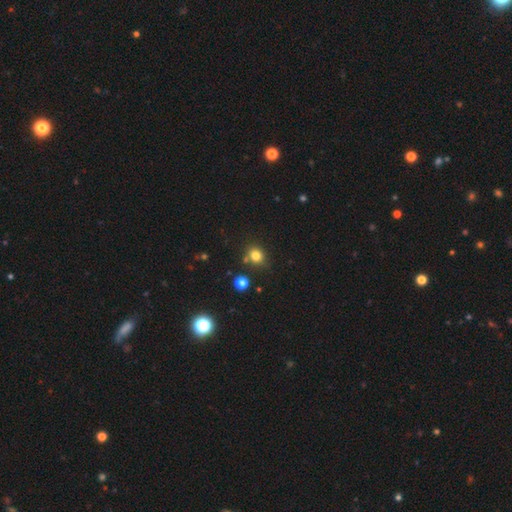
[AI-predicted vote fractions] Smooth or featured?
  - smooth: 79% *
  - star or artifact: 14%
  - featured or disk: 7%
How rounded?
  - round: 75% *
  - in between: 24%
  - cigar-shaped: 1%
Merging?
  - none: 73% *
  - minor disturbance: 13%
  - merger: 10%
  - major disturbance: 4%